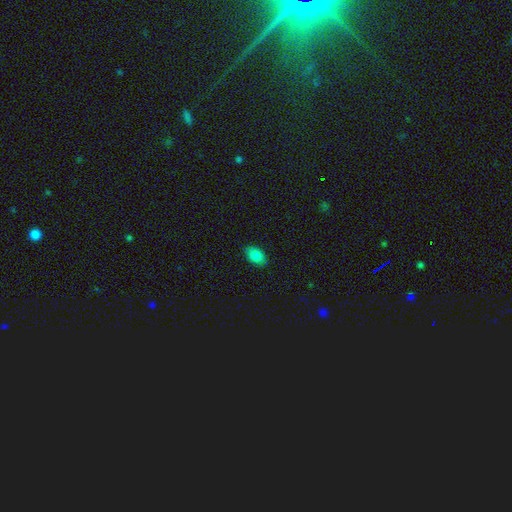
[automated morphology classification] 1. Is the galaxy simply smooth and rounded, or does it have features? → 84% smooth, 9% star or artifact, 7% featured or disk.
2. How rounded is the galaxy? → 90% in between, 9% round, 2% cigar-shaped.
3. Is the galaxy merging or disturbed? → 87% none, 10% minor disturbance, 2% major disturbance, 1% merger.